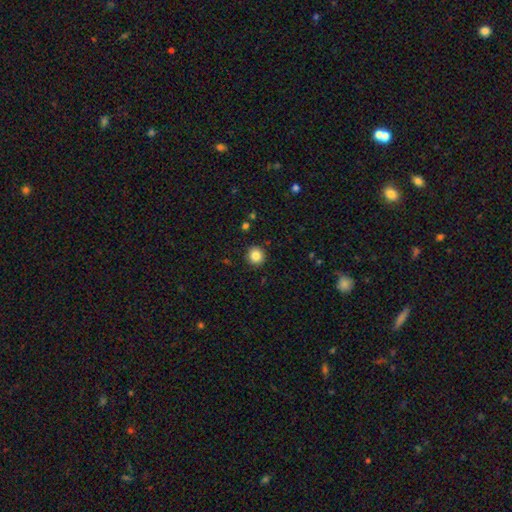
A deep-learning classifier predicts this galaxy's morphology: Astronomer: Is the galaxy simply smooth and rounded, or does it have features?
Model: smooth — 84%.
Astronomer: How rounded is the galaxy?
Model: round — 93%.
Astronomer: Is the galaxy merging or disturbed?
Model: none — 92%.